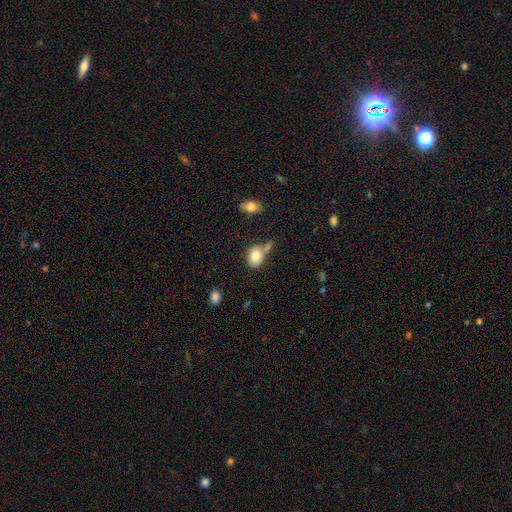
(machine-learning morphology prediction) type=smooth (82%); roundness=in between (71%); merging=none (48%).